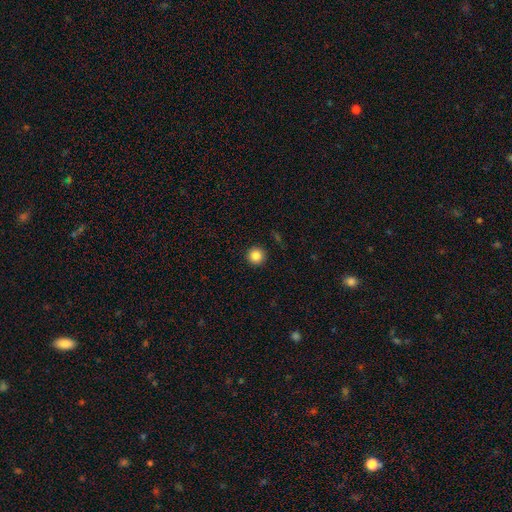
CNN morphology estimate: Smooth or featured: smooth — 86% (star or artifact — 10%)
How rounded: round — 96% (in between — 3%)
Merging: none — 93% (minor disturbance — 5%)